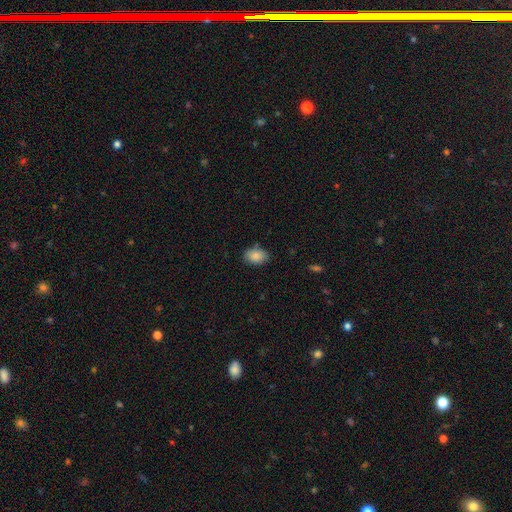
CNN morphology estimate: Smooth or featured?
  - smooth: 88% *
  - star or artifact: 7%
  - featured or disk: 5%
How rounded?
  - in between: 84% *
  - round: 15%
  - cigar-shaped: 1%
Merging?
  - none: 79% *
  - minor disturbance: 16%
  - major disturbance: 3%
  - merger: 2%